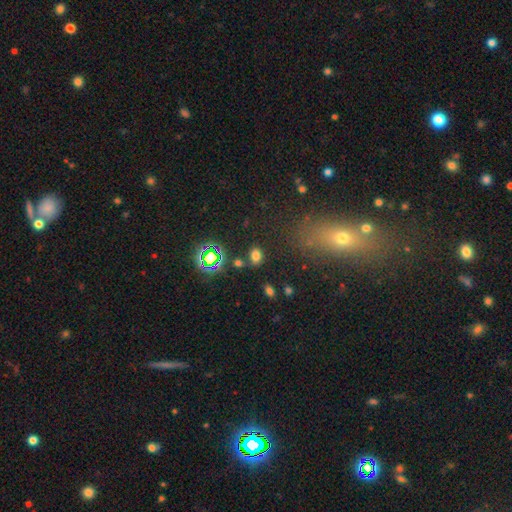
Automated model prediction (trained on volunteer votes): This is likely a smooth galaxy (70%). How rounded: likely in between (69%). Merging: likely none (76%).